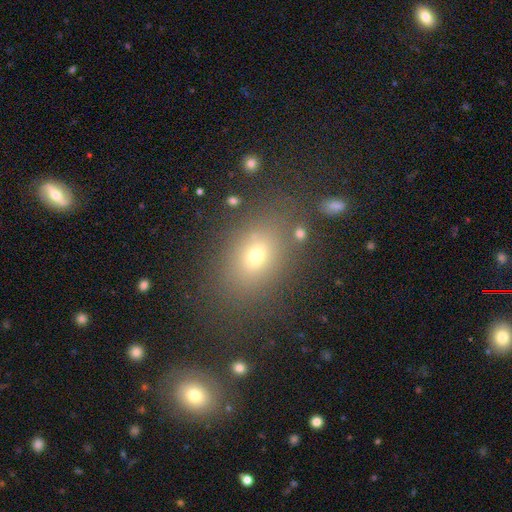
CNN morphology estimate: smooth_or_featured: smooth (p=0.66) [alt: star or artifact p=0.21]
how_rounded: in between (p=0.69) [alt: round p=0.29]
merging: none (p=0.79) [alt: minor disturbance p=0.11]